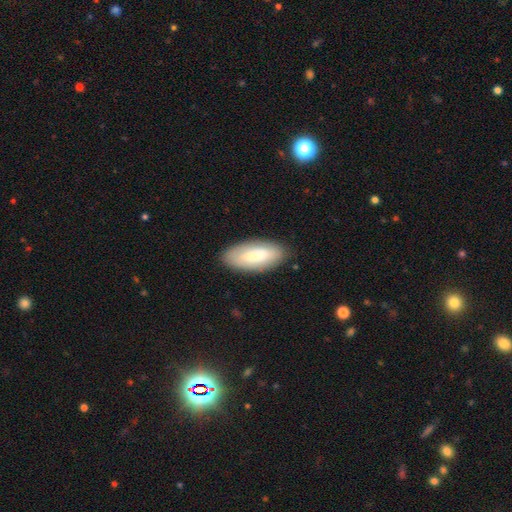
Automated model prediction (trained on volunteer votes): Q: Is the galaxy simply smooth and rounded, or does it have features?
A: smooth — 74%.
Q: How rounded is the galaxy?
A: in between — 84%.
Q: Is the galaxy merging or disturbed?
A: none — 83%.